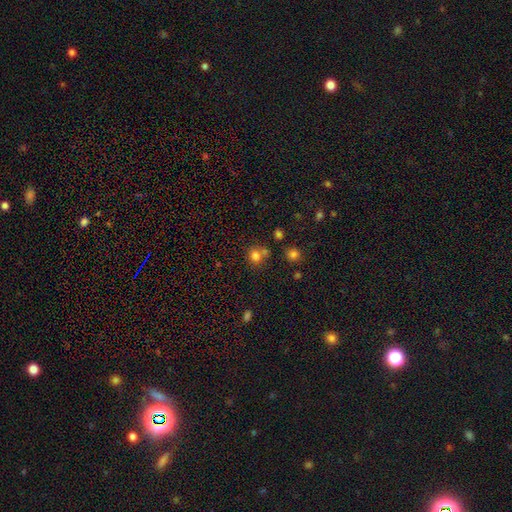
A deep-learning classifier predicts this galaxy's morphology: This appears to be a smooth galaxy with no disk features (76%) that is round (70%). Merging: none (57%).